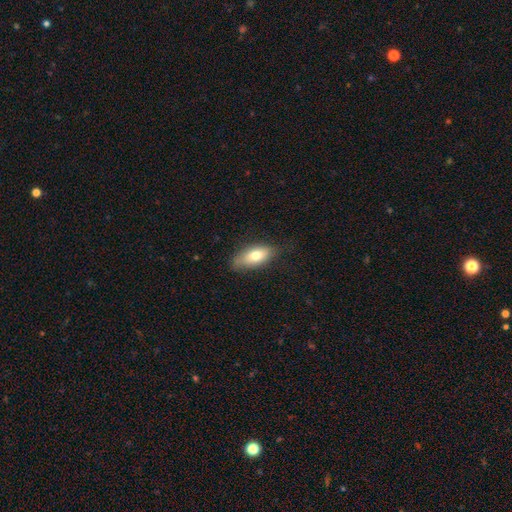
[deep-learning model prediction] The model was most divided on "smooth or featured": smooth: 73%, featured or disk: 19%, star or artifact: 7%. More confident: how rounded — in between (86%); merging — none (75%).